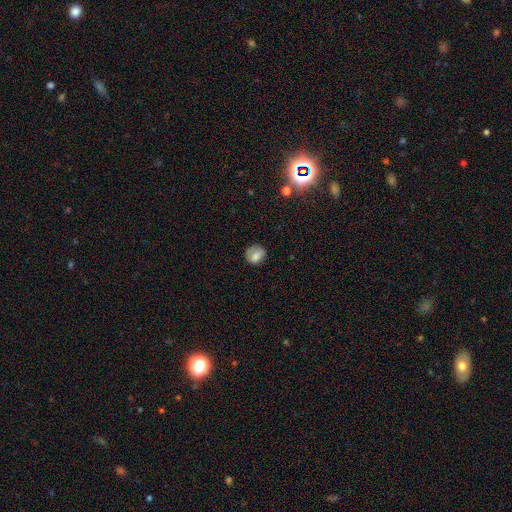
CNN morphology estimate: A smooth galaxy with no disk features (76%) that is round (71%). Merging: none (66%).